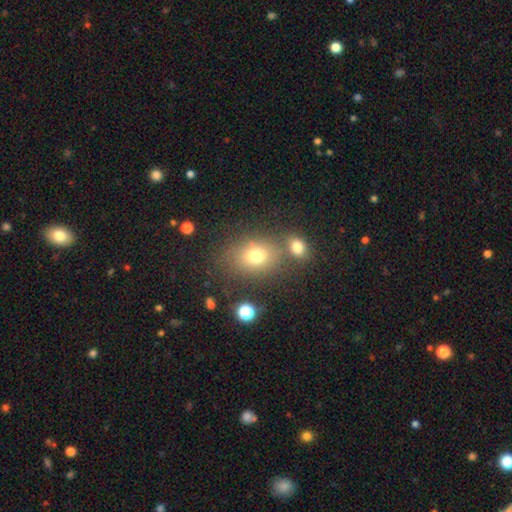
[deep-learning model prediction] Morphology: type=smooth (72%); roundness=in between (56%); merging=none (62%).